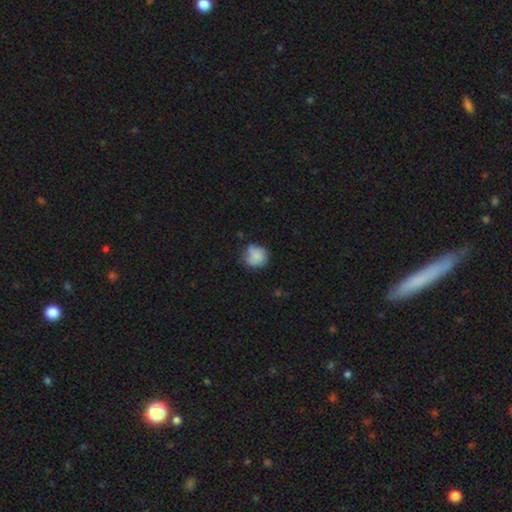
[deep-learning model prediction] smooth 76%, featured or disk 15%, star or artifact 9%. Down the decision tree: how rounded — round (77%); merging — none (54%).